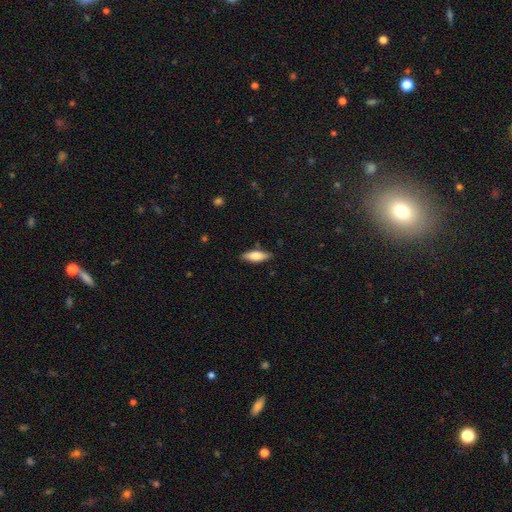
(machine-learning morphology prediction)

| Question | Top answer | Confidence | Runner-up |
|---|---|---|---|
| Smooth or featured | smooth | 72% | featured or disk (22%) |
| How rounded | in between | 57% | cigar-shaped (41%) |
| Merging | none | 85% | minor disturbance (11%) |